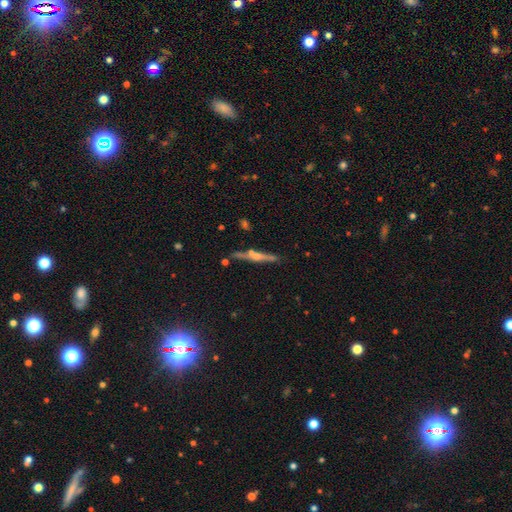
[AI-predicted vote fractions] A featured or disk galaxy (61%) viewed edge-on (95%) with a rounded central bulge (71%). Merging: none (76%).